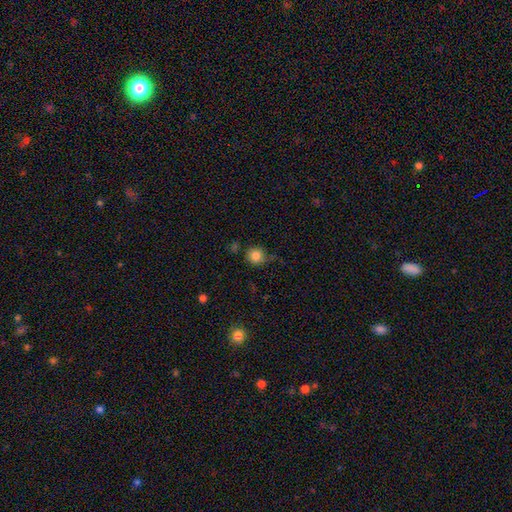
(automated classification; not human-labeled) Overall: smooth (83%). How rounded: round (91%). Merging: none (71%).